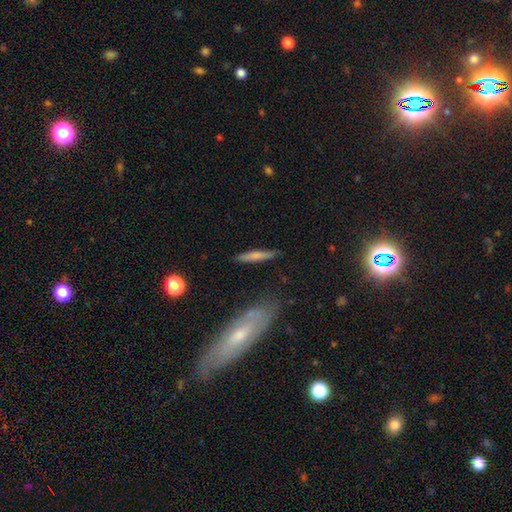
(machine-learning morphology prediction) Smooth or featured? smooth (66%)
How rounded? cigar-shaped (90%)
Merging? none (83%)